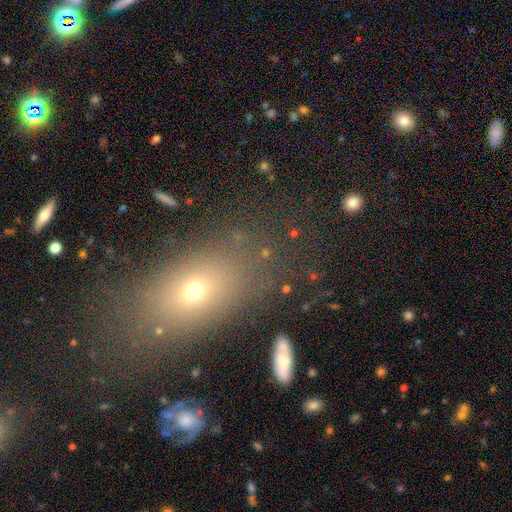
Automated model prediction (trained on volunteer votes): Morphology: type=smooth (58%); roundness=in between (68%); merging=none (74%).